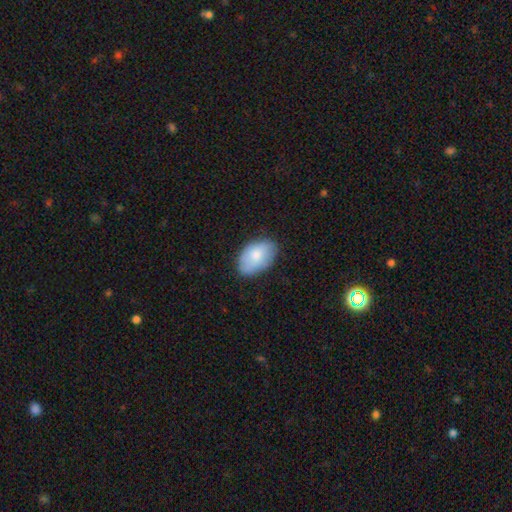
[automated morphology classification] smooth-or-featured: smooth: 78% | featured or disk: 16% | star or artifact: 6%
  how-rounded: in between: 92% | round: 7% | cigar-shaped: 1%
  merging: none: 77% | minor disturbance: 19% | major disturbance: 4% | merger: 1%